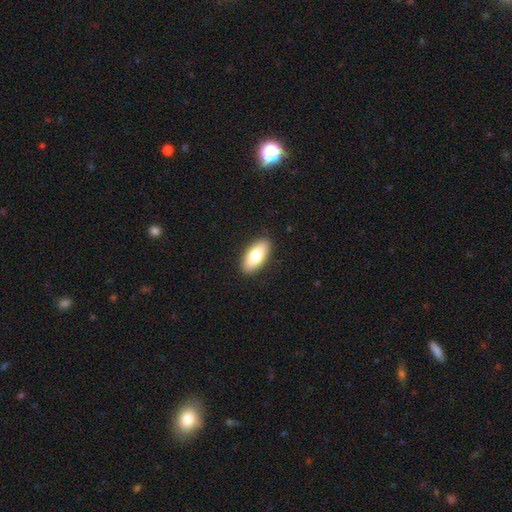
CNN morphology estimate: A smooth galaxy with no disk features (78%) that is in between round and cigar-shaped (89%).

Vote fractions:
- Smooth or featured? smooth: 78% / featured or disk: 16% / star or artifact: 6%
- How rounded? in between: 89% / cigar-shaped: 9% / round: 2%
- Merging? none: 90% / minor disturbance: 7% / major disturbance: 2% / merger: 1%